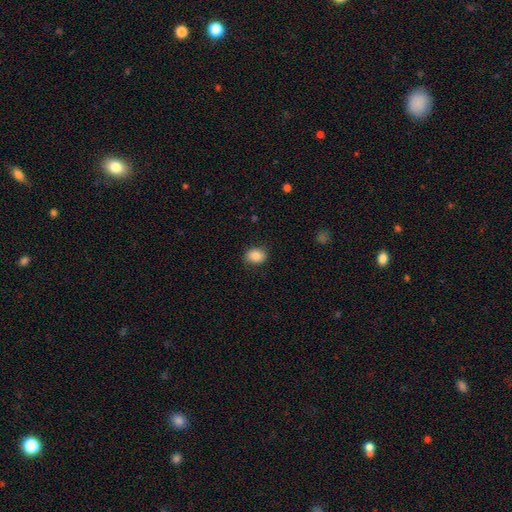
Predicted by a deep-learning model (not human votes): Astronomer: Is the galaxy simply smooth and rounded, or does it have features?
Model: smooth — 85%.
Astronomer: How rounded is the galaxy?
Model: in between — 60% (runner-up: round, 39%).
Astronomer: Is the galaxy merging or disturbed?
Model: none — 84%.